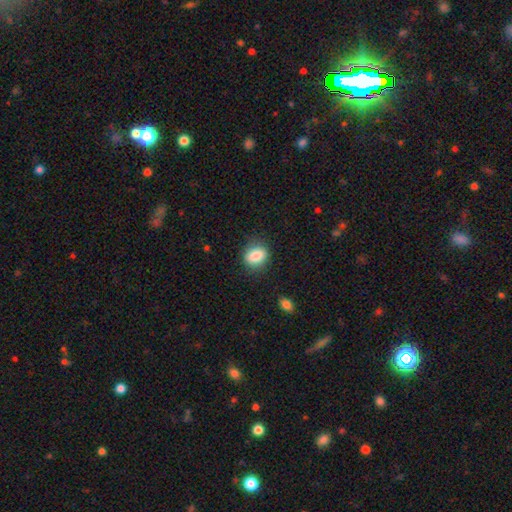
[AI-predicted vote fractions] A smooth galaxy with no disk features (85%) that is in between round and cigar-shaped (55%).

Vote fractions:
- Smooth or featured? smooth: 85% / star or artifact: 8% / featured or disk: 7%
- How rounded? in between: 55% / round: 44% / cigar-shaped: 1%
- Merging? none: 81% / minor disturbance: 14% / major disturbance: 4% / merger: 1%